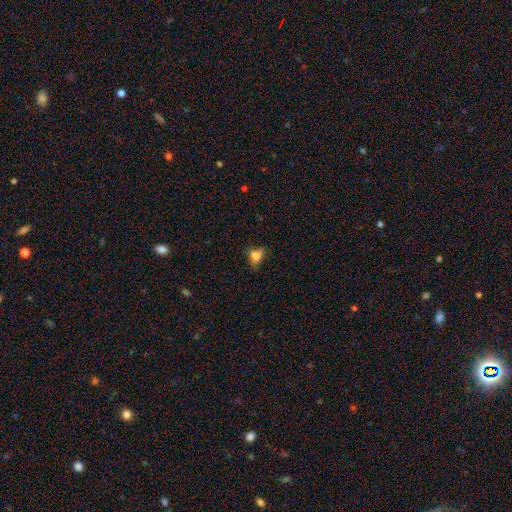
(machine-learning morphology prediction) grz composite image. It shows a smooth galaxy with no disk features (76%) that is in between round and cigar-shaped (69%). Merging: none (50%).